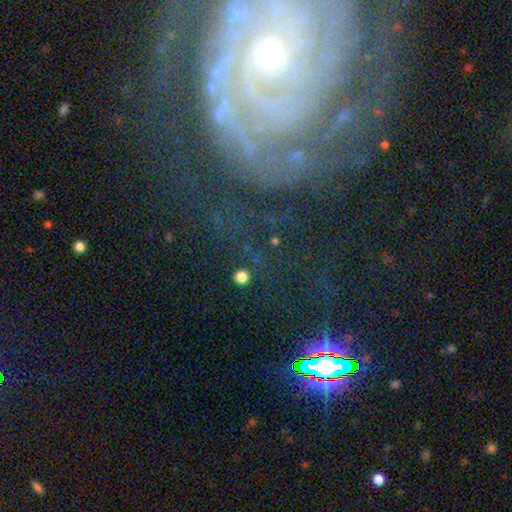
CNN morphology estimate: smooth-or-featured: featured or disk: 68% | star or artifact: 20% | smooth: 12%
  disk-edge-on: no: 94% | yes: 6%
    bar: no: 59% | weak: 25% | strong: 16%
    has-spiral-arms: yes: 84% | no: 16%
      spiral-winding: tight: 62% | medium: 27% | loose: 12%
      spiral-arm-count: can't tell: 30% (tied) | 2: 30% (tied) | 3: 13% | 1: 11% | 4: 9% | more than 4: 8%
    bulge-size: small: 60% | moderate: 24% | none: 9% | large: 4% | dominant: 3%
  merging: none: 56% | major disturbance: 21% | minor disturbance: 17% | merger: 5%